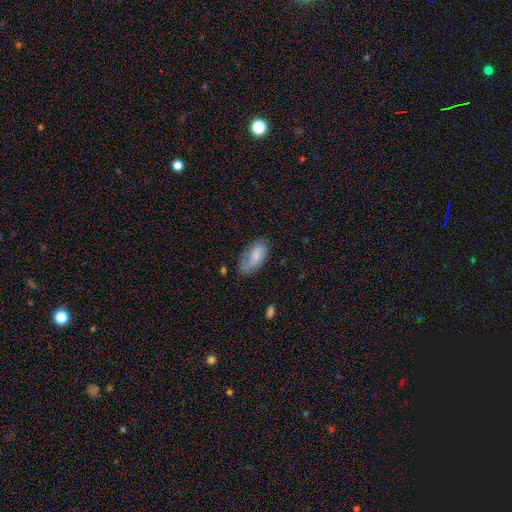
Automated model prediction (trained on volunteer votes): Morphology: type=smooth (63%); roundness=in between (91%); merging=none (60%).